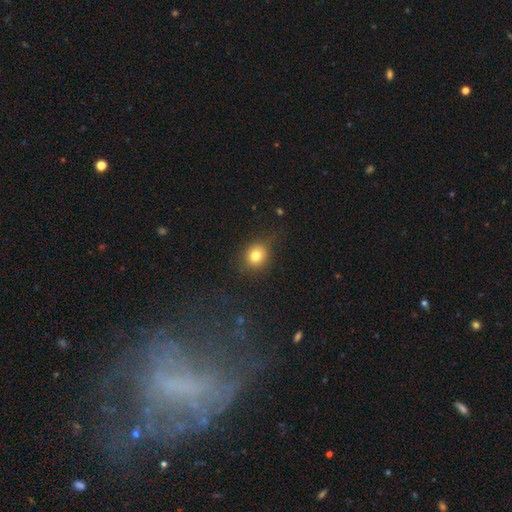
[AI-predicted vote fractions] Smooth or featured: smooth — 79% (star or artifact — 12%)
How rounded: round — 78% (in between — 21%)
Merging: none — 76% (minor disturbance — 16%)